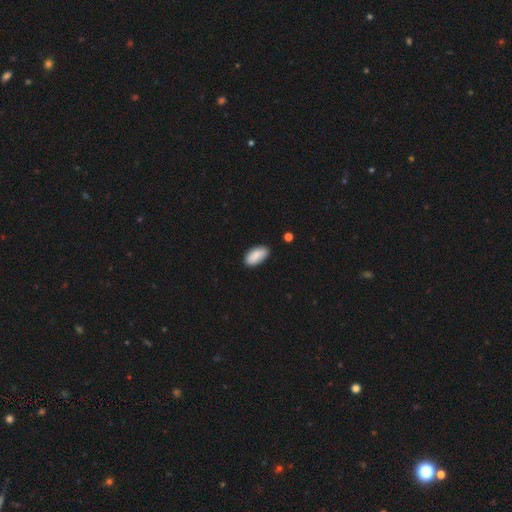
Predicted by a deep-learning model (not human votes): Smooth or featured? smooth (87%)
How rounded? in between (93%)
Merging? none (82%)